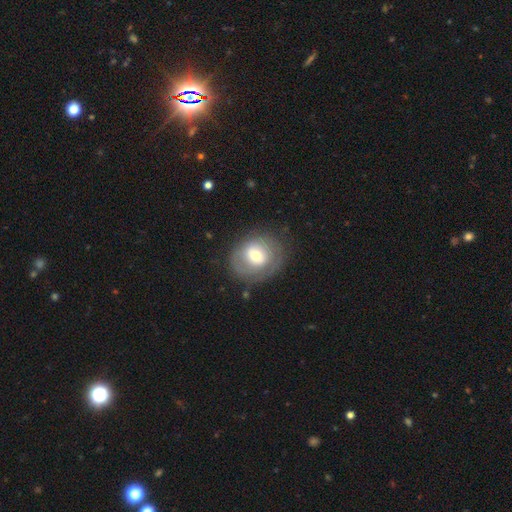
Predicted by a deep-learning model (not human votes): smooth-or-featured: smooth: 51% | featured or disk: 41% | star or artifact: 8%
  how-rounded: round: 71% | in between: 29% | cigar-shaped: 1%
  merging: none: 69% | minor disturbance: 19% | major disturbance: 10% | merger: 2%